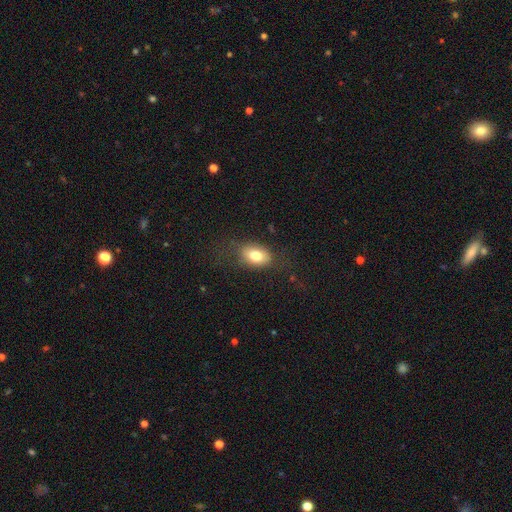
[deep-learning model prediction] A smooth galaxy with no disk features (76%) that is in between round and cigar-shaped (82%). Merging: none (73%).